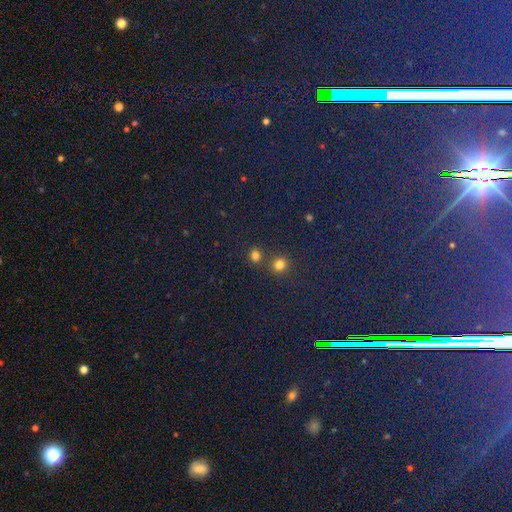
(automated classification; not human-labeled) Smooth or featured: smooth — 74% (star or artifact — 21%)
How rounded: round — 79% (in between — 20%)
Merging: none — 68% (merger — 23%)